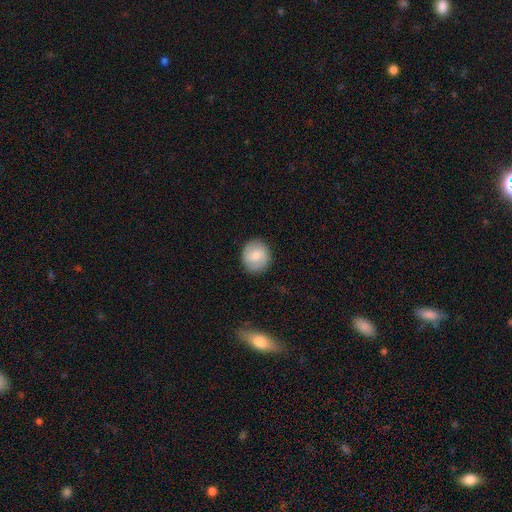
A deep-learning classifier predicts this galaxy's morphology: Q: Smooth or featured?
A: smooth (71%); runner-up: featured or disk (22%)
Q: How rounded?
A: round (82%); runner-up: in between (17%)
Q: Merging?
A: none (87%); runner-up: minor disturbance (9%)